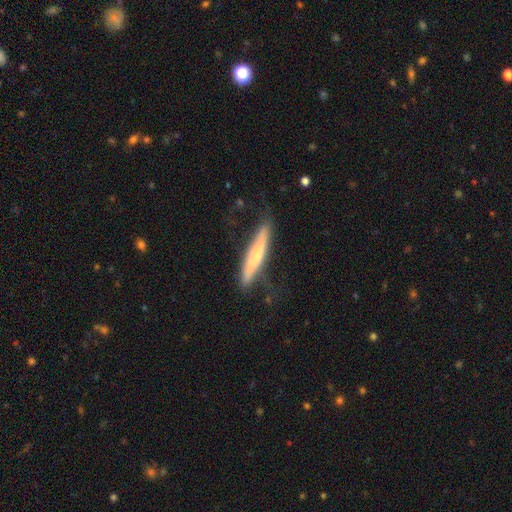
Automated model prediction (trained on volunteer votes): Overall: smooth (51%; featured or disk 43%). How rounded: cigar-shaped (90%). Merging: none (61%; minor disturbance 27%).